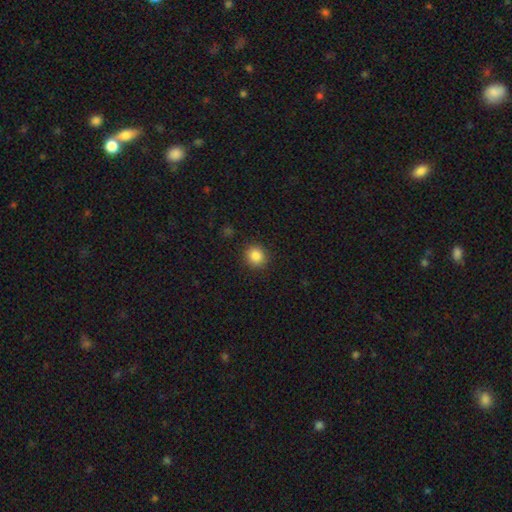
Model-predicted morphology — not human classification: Overall: smooth (86%). How rounded: round (84%). Merging: none (90%).